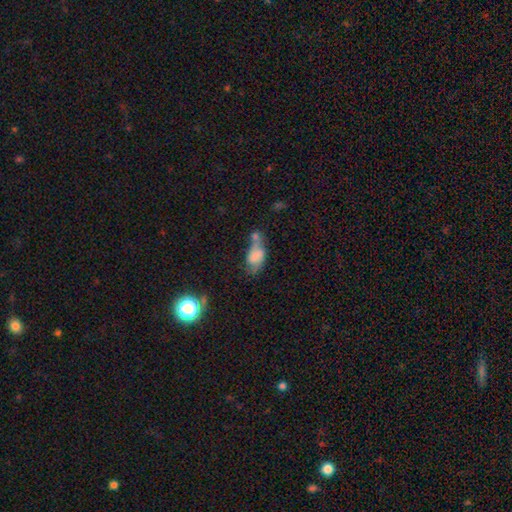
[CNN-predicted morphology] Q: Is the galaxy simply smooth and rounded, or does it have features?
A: smooth — 62%.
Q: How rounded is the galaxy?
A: in between — 86%.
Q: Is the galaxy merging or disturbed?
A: merger — 41%.